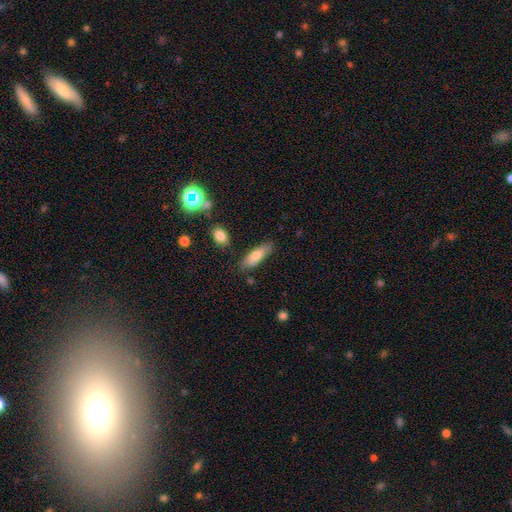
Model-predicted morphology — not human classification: This appears to be a smooth galaxy with no disk features (76%) that is in between round and cigar-shaped (53%). Merging: none (79%).